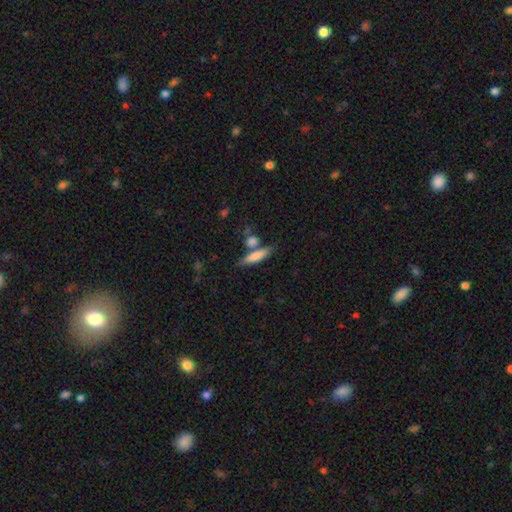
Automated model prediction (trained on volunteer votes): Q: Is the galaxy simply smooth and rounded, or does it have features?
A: smooth — 77%.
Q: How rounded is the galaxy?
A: cigar-shaped — 66%.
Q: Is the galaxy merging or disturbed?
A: none — 64%.